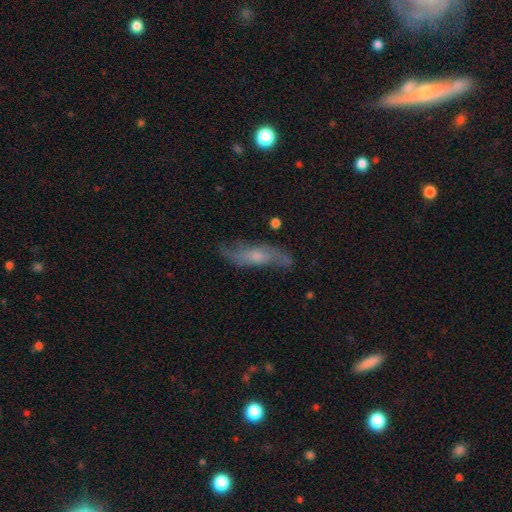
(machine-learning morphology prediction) A featured or disk galaxy (67%) with no bar (61%), spiral arms (87%) and a small central bulge (44%).

Vote fractions:
- Smooth or featured? featured or disk: 67% / smooth: 26% / star or artifact: 7%
- Edge-on disk? no: 76% / yes: 24%
- Bar? no: 61% / weak: 31% / strong: 8%
- Spiral arms? yes: 87% / no: 13%
- Bulge size? small: 44% / moderate: 38% / none: 11% / large: 6% / dominant: 2%
- Merging? none: 63% / minor disturbance: 22% / major disturbance: 12% / merger: 3%